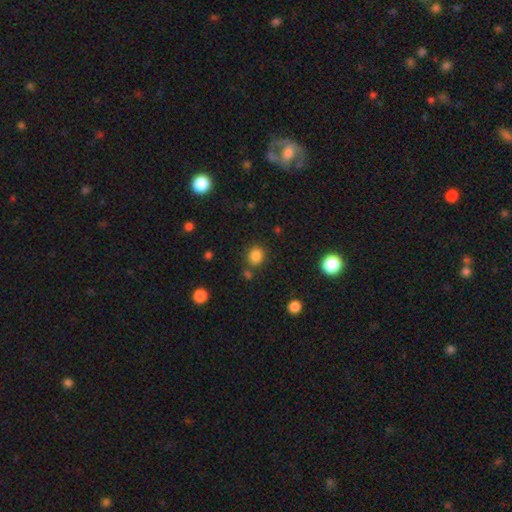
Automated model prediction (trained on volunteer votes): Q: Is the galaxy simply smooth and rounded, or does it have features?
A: smooth — 83%.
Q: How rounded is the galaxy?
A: round — 76%.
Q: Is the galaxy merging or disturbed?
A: none — 79%.